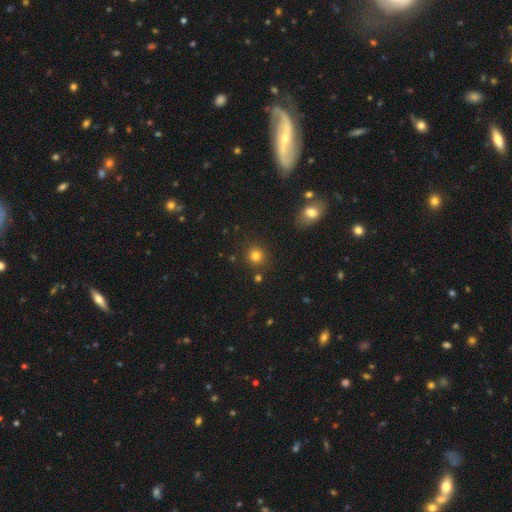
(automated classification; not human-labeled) smooth 79%, star or artifact 14%, featured or disk 6%. Down the decision tree: how rounded — round (90%); merging — none (85%).